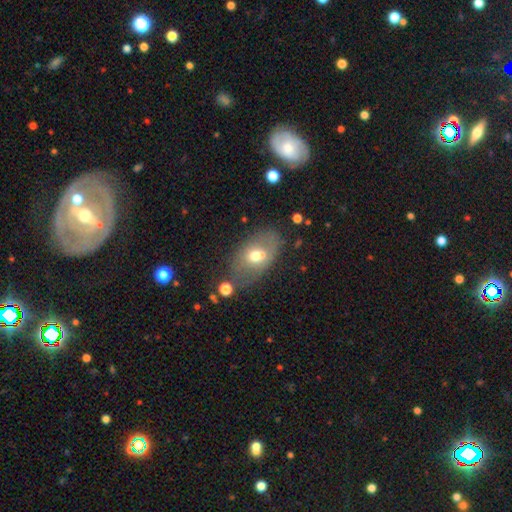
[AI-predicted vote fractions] A smooth galaxy with no disk features (59%) that is in between round and cigar-shaped (85%).

Vote fractions:
- Smooth or featured? smooth: 59% / featured or disk: 30% / star or artifact: 10%
- How rounded? in between: 85% / round: 14% / cigar-shaped: 2%
- Merging? none: 54% / minor disturbance: 20% / merger: 15% / major disturbance: 10%